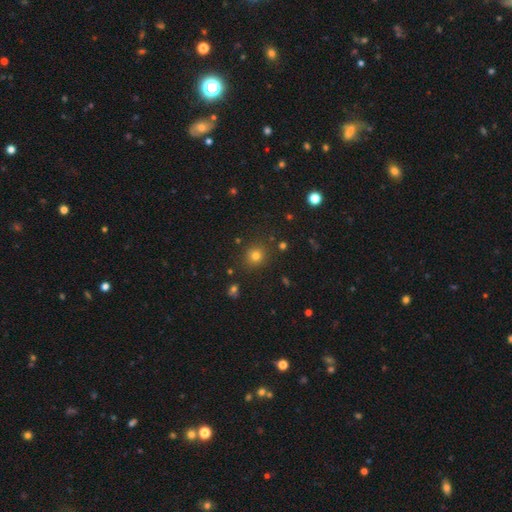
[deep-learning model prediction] Morphology: type=smooth (75%); roundness=round (88%); merging=none (86%).